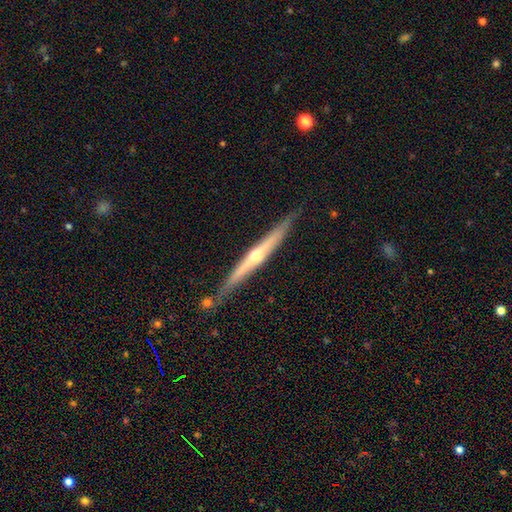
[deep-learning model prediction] Smooth or featured?
  - featured or disk: 74% *
  - smooth: 21%
  - star or artifact: 5%
Edge-on disk?
  - yes: 97% *
  - no: 3%
Edge-on bulge?
  - rounded: 86% *
  - none: 10%
  - boxy: 4%
Merging?
  - none: 82% *
  - minor disturbance: 13%
  - merger: 3%
  - major disturbance: 2%